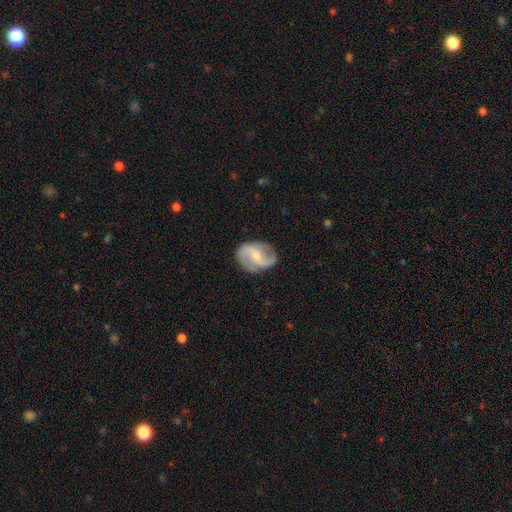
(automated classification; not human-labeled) Smooth or featured?
  - featured or disk: 82% *
  - smooth: 13%
  - star or artifact: 5%
Edge-on disk?
  - no: 97% *
  - yes: 3%
Bar?
  - weak: 42% *
  - no: 33%
  - strong: 25%
Spiral arms?
  - yes: 94% *
  - no: 6%
Spiral winding?
  - medium: 44% *
  - loose: 40%
  - tight: 16%
Spiral arm count?
  - 2: 88% *
  - can't tell: 5%
  - 3: 3%
  - 1: 2%
  - 4: 1%
  - more than 4: 1%
Bulge size?
  - small: 57% *
  - moderate: 39%
  - none: 2%
  - large: 1%
  - dominant: 1%
Merging?
  - none: 79% *
  - minor disturbance: 15%
  - major disturbance: 5%
  - merger: 1%